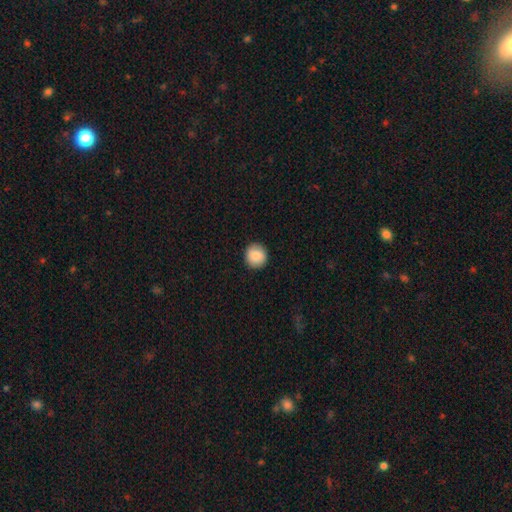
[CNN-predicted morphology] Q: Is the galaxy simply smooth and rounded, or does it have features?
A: smooth — 87%.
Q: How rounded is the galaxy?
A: round — 92%.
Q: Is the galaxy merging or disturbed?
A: none — 92%.